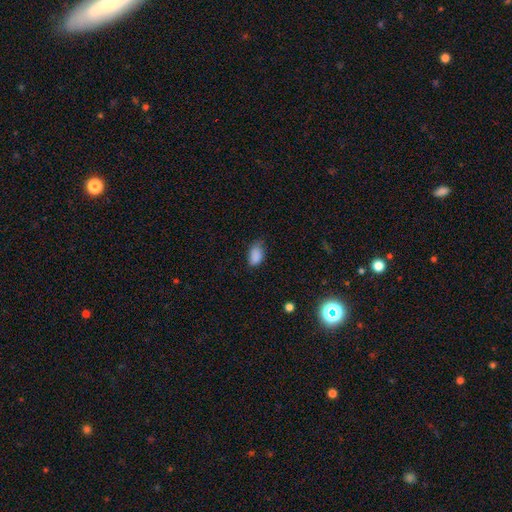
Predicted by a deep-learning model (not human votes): Smooth or featured?
  - smooth: 87% *
  - star or artifact: 9%
  - featured or disk: 4%
How rounded?
  - in between: 90% *
  - round: 8%
  - cigar-shaped: 2%
Merging?
  - none: 60% *
  - minor disturbance: 32%
  - major disturbance: 7%
  - merger: 1%